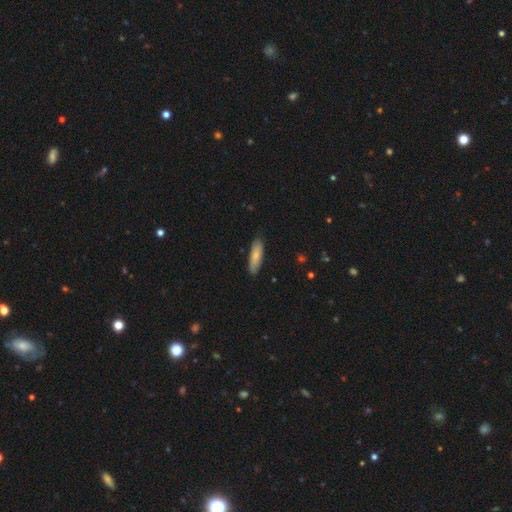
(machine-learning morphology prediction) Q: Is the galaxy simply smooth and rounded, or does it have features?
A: smooth — 74%.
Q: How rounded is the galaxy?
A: cigar-shaped — 53%.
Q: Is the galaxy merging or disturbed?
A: none — 83%.